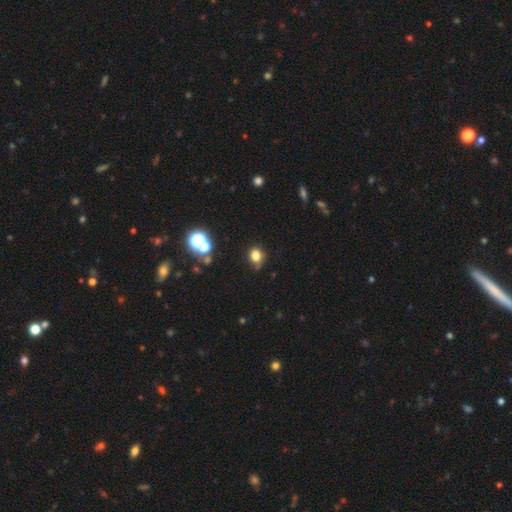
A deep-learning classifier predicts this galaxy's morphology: A smooth galaxy with no disk features (76%) that is round (56%). Merging: none (66%).